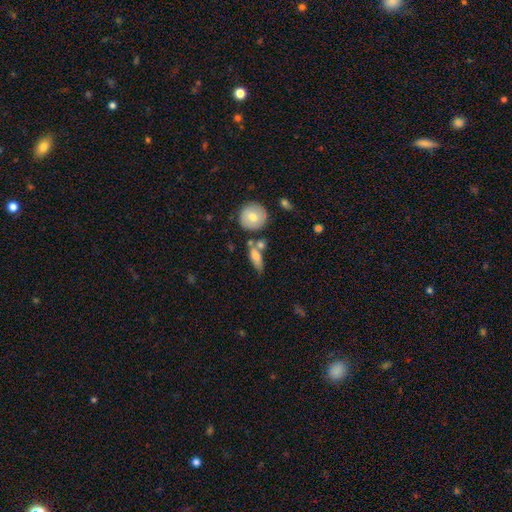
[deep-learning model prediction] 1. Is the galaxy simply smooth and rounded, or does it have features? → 72% smooth, 21% featured or disk, 7% star or artifact.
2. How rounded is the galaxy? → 64% in between, 26% cigar-shaped, 10% round.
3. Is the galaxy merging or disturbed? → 51% none, 23% merger, 19% minor disturbance, 7% major disturbance.